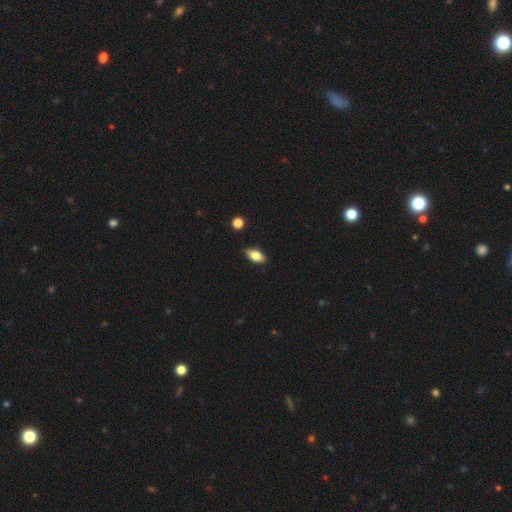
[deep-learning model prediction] Smooth or featured? smooth (75%)
How rounded? in between (88%)
Merging? none (86%)